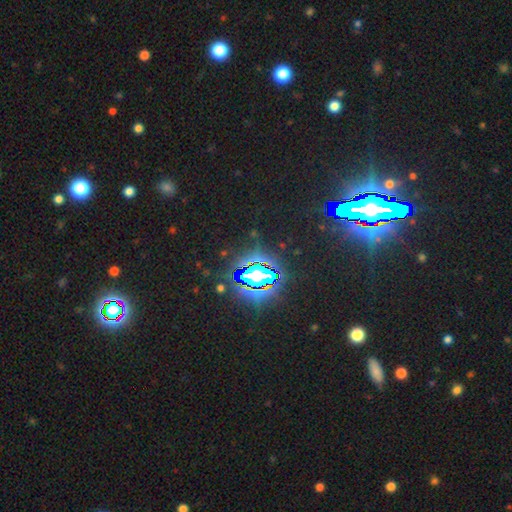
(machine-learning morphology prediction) Overall: star or artifact (78%).